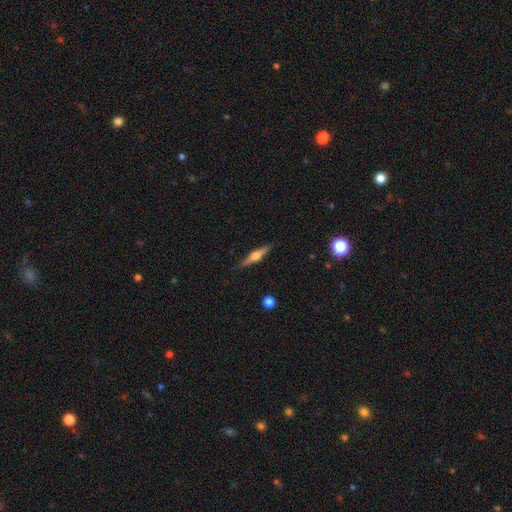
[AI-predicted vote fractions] This is likely a featured or disk galaxy (72%). It is clearly viewed edge-on (97%). Edge-on bulge: clearly rounded (93%). Merging: clearly none (89%).